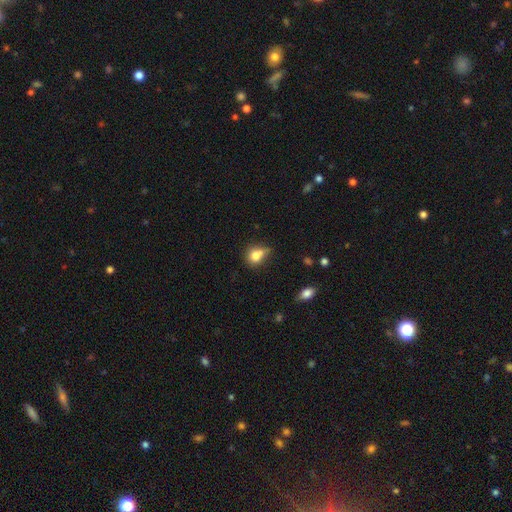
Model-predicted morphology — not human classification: The model was most divided on "merging": none: 43%, minor disturbance: 28%, merger: 19%, major disturbance: 11%. More confident: smooth or featured — smooth (77%); how rounded — round (59%).